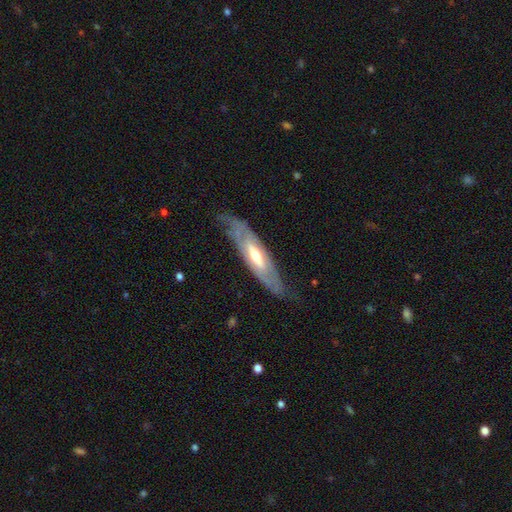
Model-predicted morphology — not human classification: A featured or disk galaxy (72%).

Vote fractions:
- Smooth or featured? featured or disk: 72% / smooth: 23% / star or artifact: 5%
- Edge-on disk? no: 62% / yes: 38%
- Merging? none: 69% / minor disturbance: 21% / major disturbance: 8% / merger: 1%